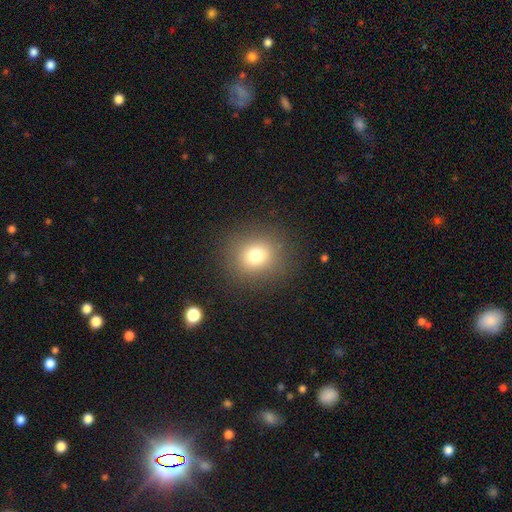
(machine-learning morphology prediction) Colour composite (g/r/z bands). It shows a smooth galaxy with no disk features (76%) that is round (86%). Merging: none (88%).